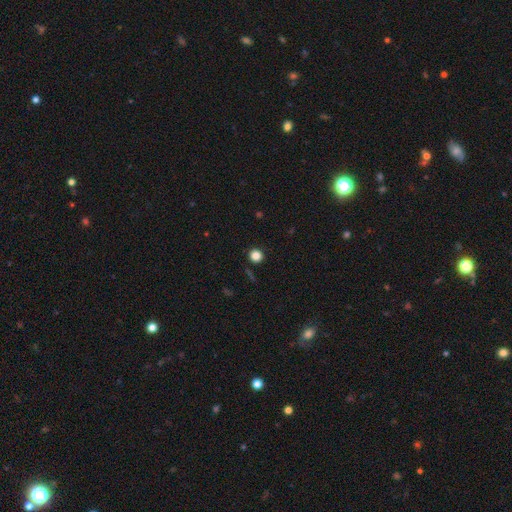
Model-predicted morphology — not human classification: smooth_or_featured: smooth (p=0.83) [alt: star or artifact p=0.13]
how_rounded: round (p=0.93) [alt: in between p=0.06]
merging: none (p=0.90) [alt: minor disturbance p=0.06]